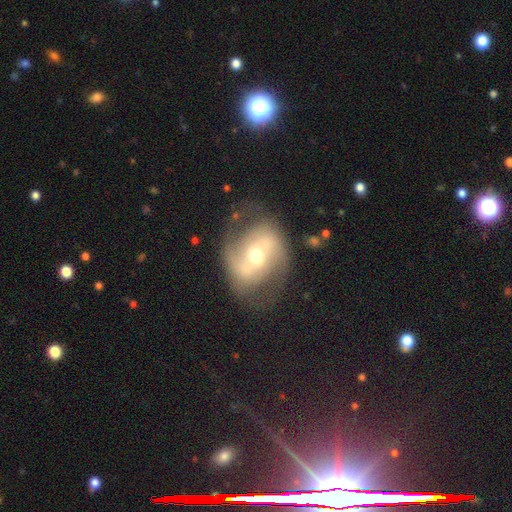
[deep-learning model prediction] Smooth or featured? featured or disk (76%)
Edge-on disk? no (96%)
Bar? weak (39%)
Spiral arms? yes (84%)
Spiral winding? medium (46%)
Spiral arm count? 2 (84%)
Bulge size? moderate (67%)
Merging? none (64%)